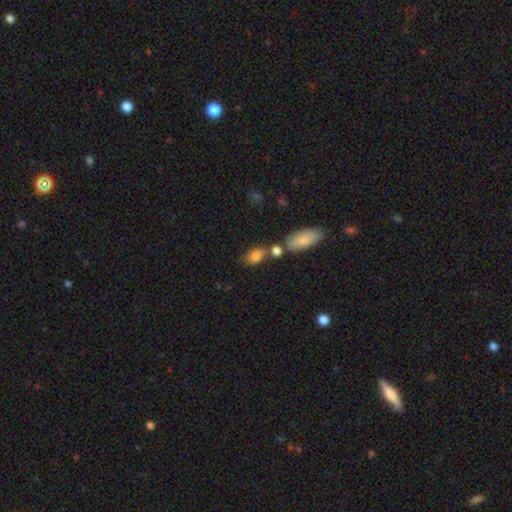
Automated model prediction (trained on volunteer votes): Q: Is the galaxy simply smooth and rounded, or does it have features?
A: smooth — 80%.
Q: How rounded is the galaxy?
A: in between — 84%.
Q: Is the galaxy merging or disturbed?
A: none — 50%.